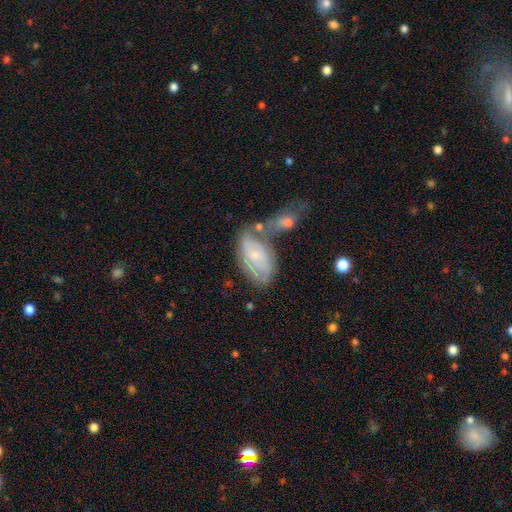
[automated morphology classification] featured or disk 54%, smooth 38%, star or artifact 7%. Down the decision tree: edge-on disk — no (93%); bar — no (68%); spiral arms — yes (71%); bulge size — small (69%); merging — none (37%).